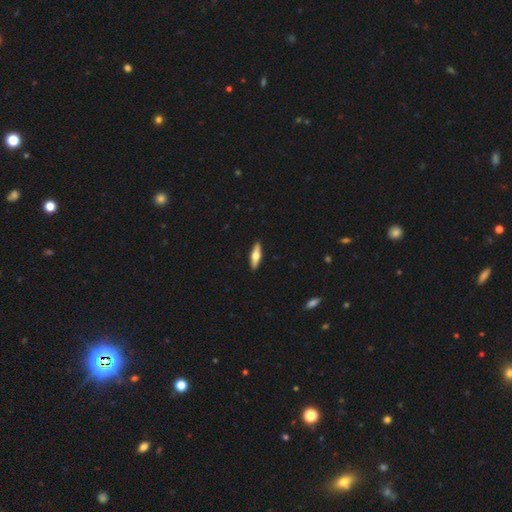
smooth-or-featured: featured or disk: 56% | smooth: 39% | star or artifact: 6%
  disk-edge-on: yes: 95% | no: 5%
    edge-on-bulge: rounded: 100% | boxy: 0% | none: 0%
  merging: none: 94% | major disturbance: 6% | minor disturbance: 0% | merger: 0%